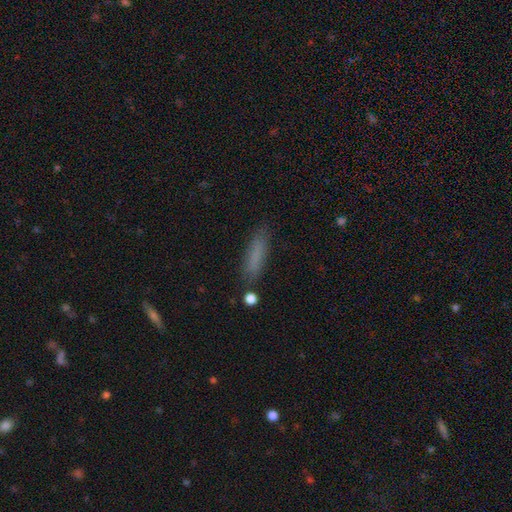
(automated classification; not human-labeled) A smooth galaxy with no disk features (79%) that is cigar-shaped (77%). Merging: none (82%).